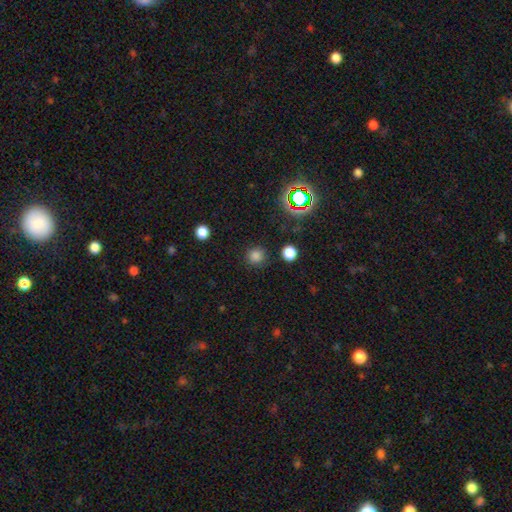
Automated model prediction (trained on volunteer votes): Smooth or featured? smooth (77%)
How rounded? round (92%)
Merging? none (87%)